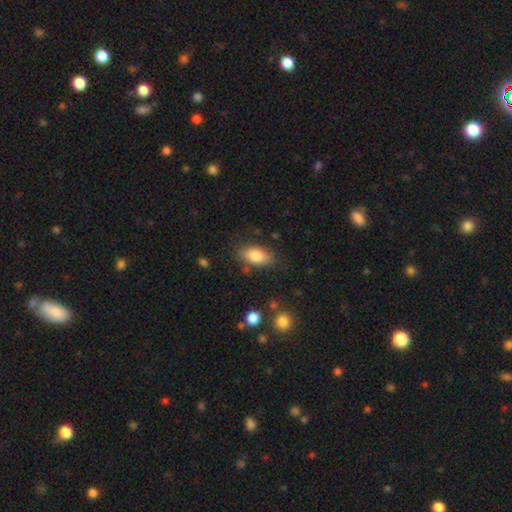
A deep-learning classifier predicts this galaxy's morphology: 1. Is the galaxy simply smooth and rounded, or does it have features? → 81% smooth, 12% featured or disk, 7% star or artifact.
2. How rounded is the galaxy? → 89% in between, 7% cigar-shaped, 4% round.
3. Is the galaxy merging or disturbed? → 80% none, 14% minor disturbance, 4% major disturbance, 2% merger.